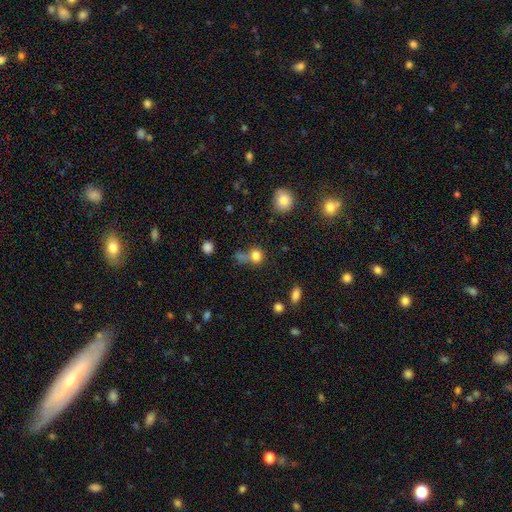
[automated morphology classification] Smooth or featured?
  - smooth: 78% *
  - star or artifact: 14%
  - featured or disk: 8%
How rounded?
  - round: 80% *
  - in between: 19%
  - cigar-shaped: 1%
Merging?
  - none: 51% *
  - merger: 29%
  - minor disturbance: 12%
  - major disturbance: 8%